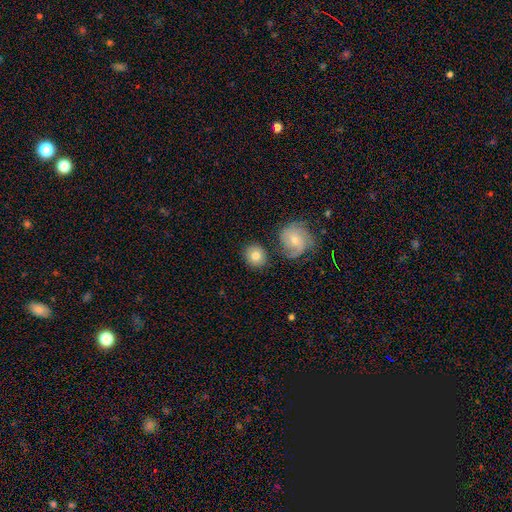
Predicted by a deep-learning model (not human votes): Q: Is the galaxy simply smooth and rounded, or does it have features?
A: smooth — 76%.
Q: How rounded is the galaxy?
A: round — 82%.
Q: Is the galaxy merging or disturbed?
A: none — 78%.